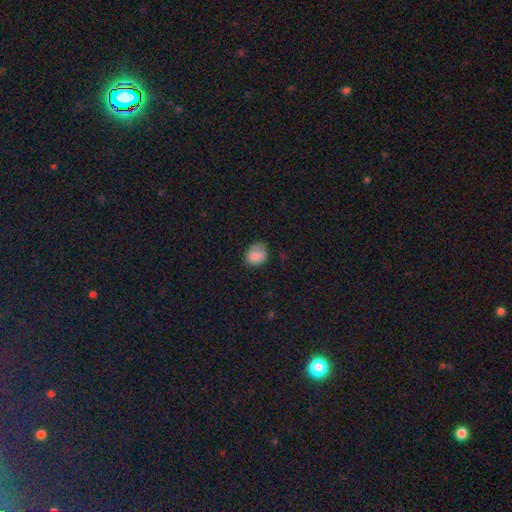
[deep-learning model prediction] A smooth galaxy with no disk features (84%) that is in between round and cigar-shaped (50%). Merging: none (63%).